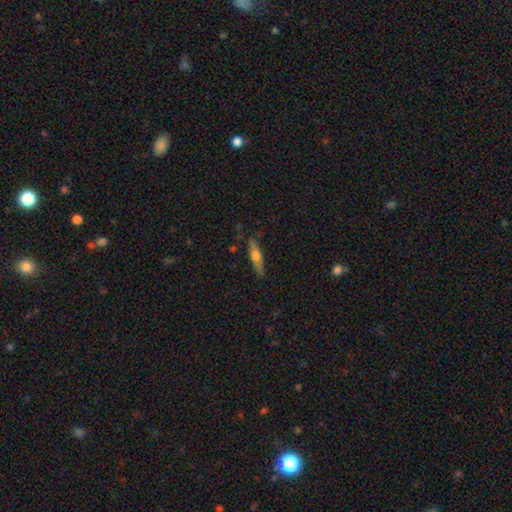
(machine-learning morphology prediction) Overall: featured or disk (47%; smooth 46%). Merging: none (85%).